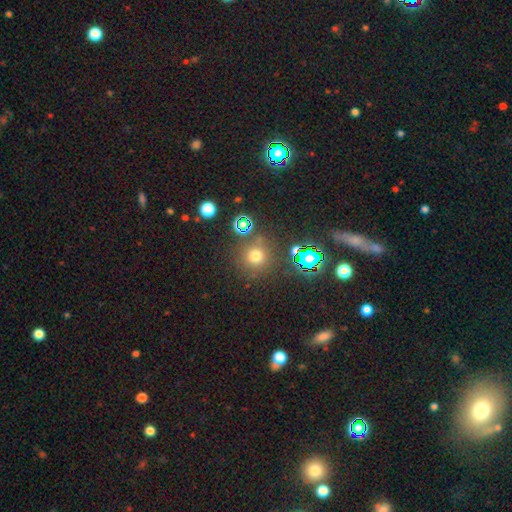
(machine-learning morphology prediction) This appears to be a smooth galaxy with no disk features (65%) that is round (93%). Merging: none (80%).